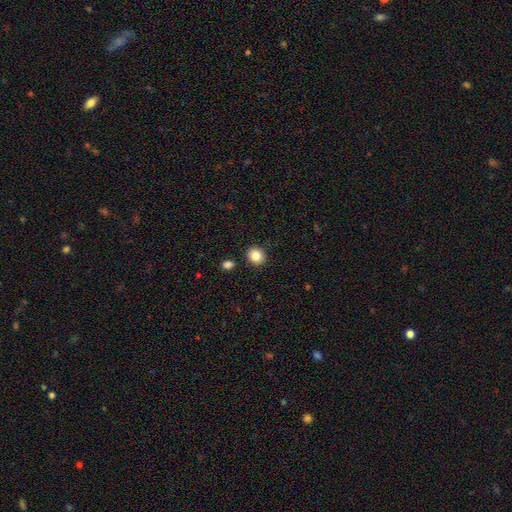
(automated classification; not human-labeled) smooth_or_featured: smooth (p=0.85) [alt: star or artifact p=0.10]
how_rounded: round (p=0.84) [alt: in between p=0.15]
merging: none (p=0.89) [alt: minor disturbance p=0.06]